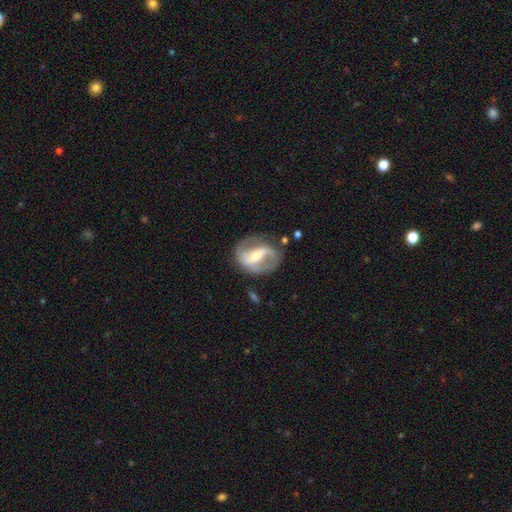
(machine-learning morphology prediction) smooth-or-featured: featured or disk: 82% | smooth: 13% | star or artifact: 5%
  disk-edge-on: no: 96% | yes: 4%
    bar: strong: 55% | weak: 30% | no: 15%
    has-spiral-arms: yes: 86% | no: 14%
      spiral-winding: medium: 47% | loose: 30% | tight: 23%
      spiral-arm-count: 2: 85% | can't tell: 7% | 1: 5% | 3: 1% | 4: 1% | more than 4: 1%
    bulge-size: moderate: 52% | small: 41% | large: 4% | none: 2% | dominant: 1%
  merging: none: 72% | minor disturbance: 17% | major disturbance: 9% | merger: 2%